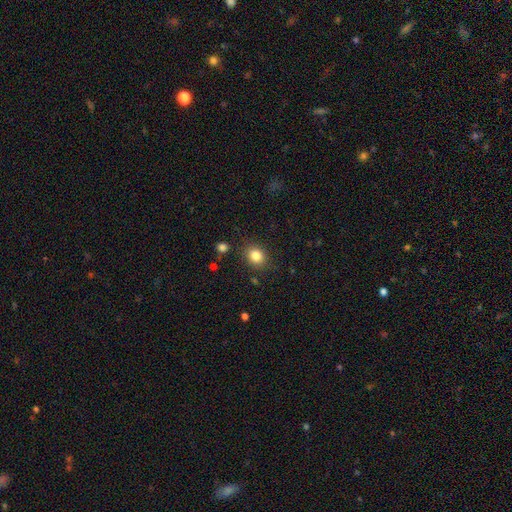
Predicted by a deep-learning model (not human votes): Smooth or featured? smooth (84%)
How rounded? round (61%)
Merging? none (85%)